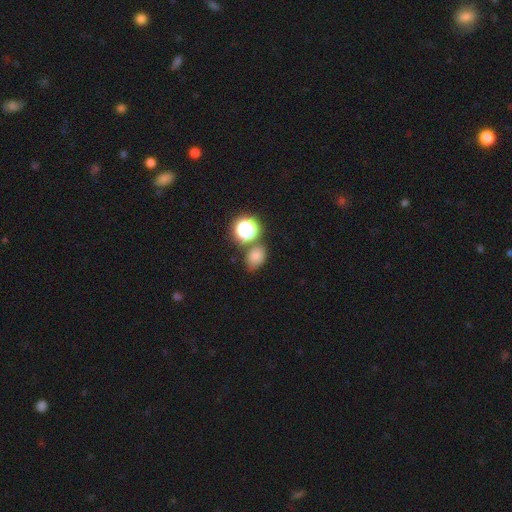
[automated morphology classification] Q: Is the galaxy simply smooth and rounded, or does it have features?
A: smooth — 74%.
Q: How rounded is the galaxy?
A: in between — 57%.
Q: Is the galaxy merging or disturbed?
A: none — 65%.